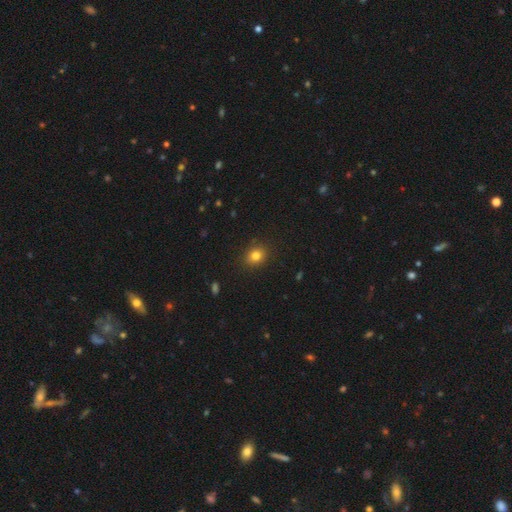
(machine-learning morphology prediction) Smooth or featured? Predicted: smooth (p=0.81). How rounded? Predicted: round (p=0.66). Merging? Predicted: none (p=0.87).